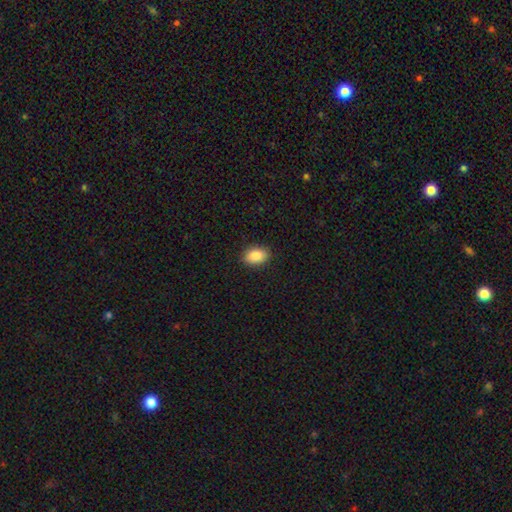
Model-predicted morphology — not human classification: Smooth or featured? smooth (88%)
How rounded? in between (86%)
Merging? none (90%)